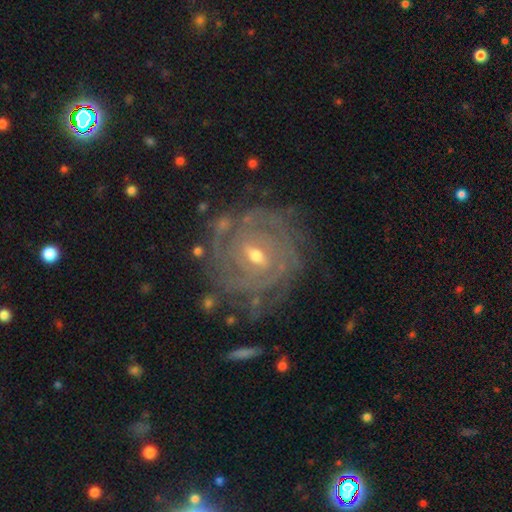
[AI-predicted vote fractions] Morphology: type=featured or disk (88%); edge-on=no (97%); bar=weak (55%); spiral arms=yes (93%); winding=tight (77%); arm count=can't tell (38%); bulge=moderate (52%); merging=none (70%).